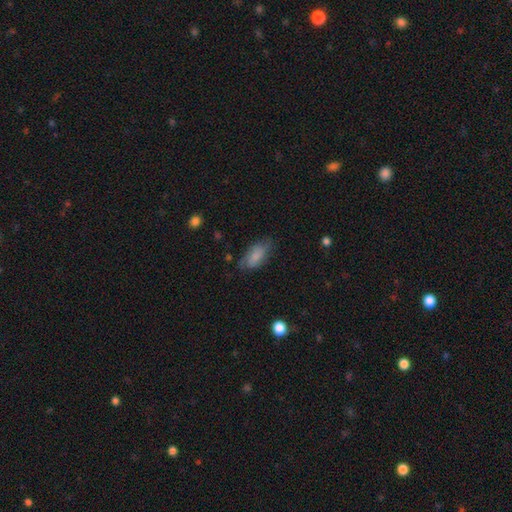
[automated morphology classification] smooth-or-featured: smooth: 74% | featured or disk: 19% | star or artifact: 7%
  how-rounded: in between: 90% | cigar-shaped: 7% | round: 3%
  merging: none: 62% | minor disturbance: 28% | major disturbance: 9% | merger: 2%